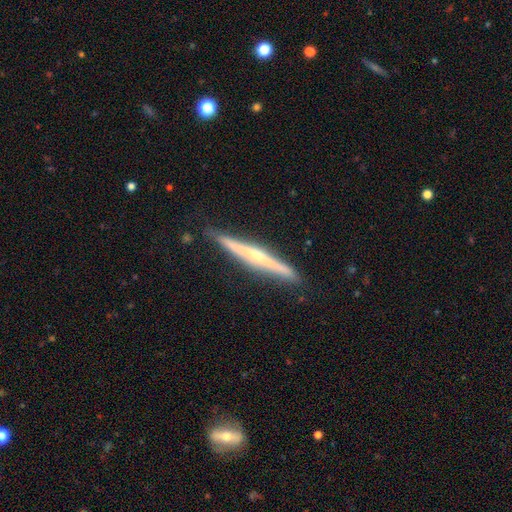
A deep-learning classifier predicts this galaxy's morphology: Smooth or featured?
  - featured or disk: 70% *
  - smooth: 24%
  - star or artifact: 5%
Edge-on disk?
  - yes: 98% *
  - no: 2%
Edge-on bulge?
  - rounded: 57% *
  - none: 35%
  - boxy: 8%
Merging?
  - none: 88% *
  - minor disturbance: 9%
  - major disturbance: 2%
  - merger: 1%